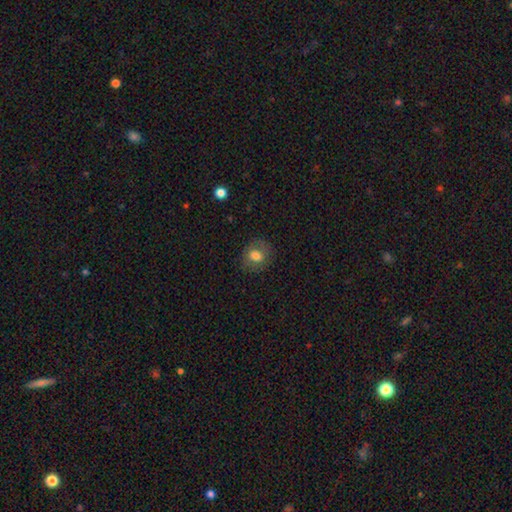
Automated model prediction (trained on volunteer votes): Morphology: type=smooth (74%); roundness=round (65%); merging=none (78%).